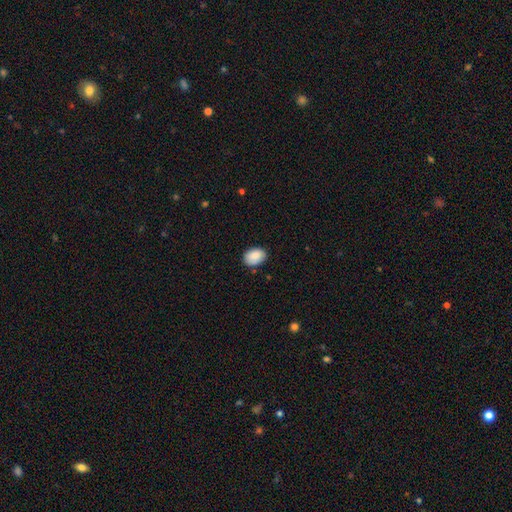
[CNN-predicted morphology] A smooth galaxy with no disk features (88%) that is in between round and cigar-shaped (79%). Merging: none (82%).